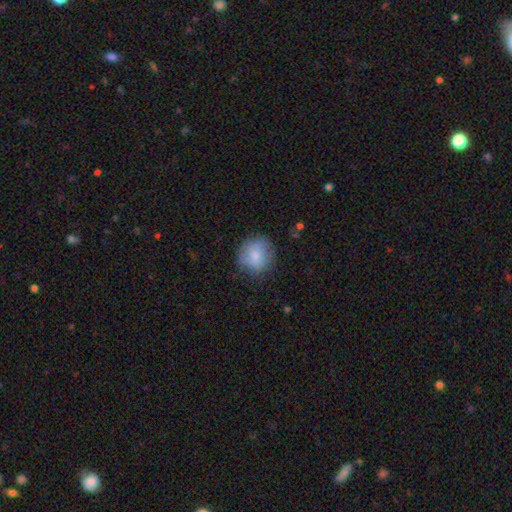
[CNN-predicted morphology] smooth-or-featured: smooth: 75% | featured or disk: 18% | star or artifact: 8%
  how-rounded: round: 84% | in between: 15% | cigar-shaped: 1%
  merging: none: 68% | minor disturbance: 23% | major disturbance: 8% | merger: 2%